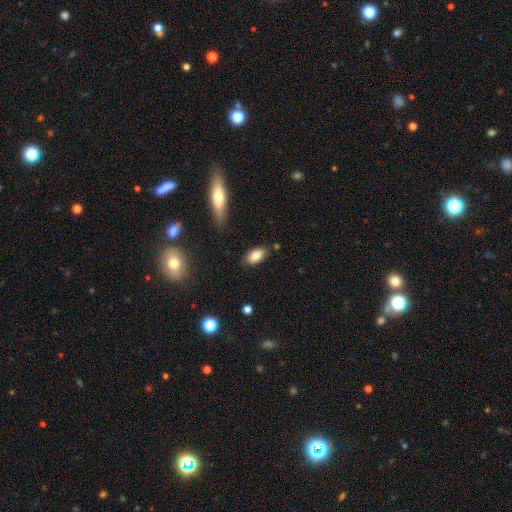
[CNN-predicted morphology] Smooth or featured?
  - smooth: 82% *
  - featured or disk: 10%
  - star or artifact: 8%
How rounded?
  - in between: 91% *
  - cigar-shaped: 5%
  - round: 4%
Merging?
  - none: 82% *
  - minor disturbance: 12%
  - major disturbance: 3%
  - merger: 3%